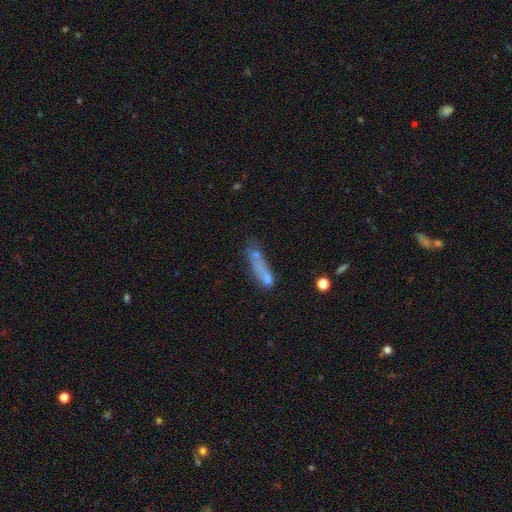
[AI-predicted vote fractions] Smooth or featured: smooth — 54% (featured or disk — 29%)
How rounded: cigar-shaped — 66% (in between — 29%)
Merging: none — 37% (merger — 25%)